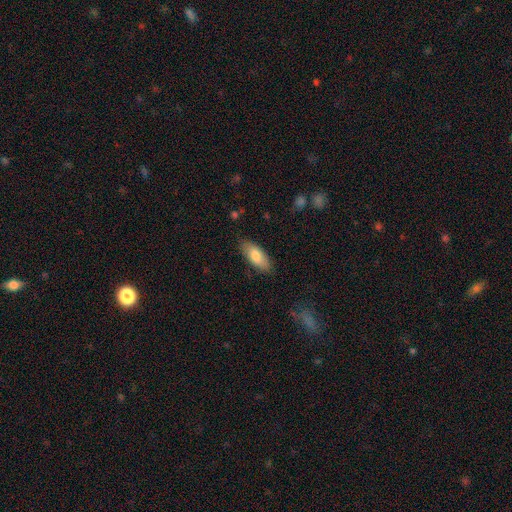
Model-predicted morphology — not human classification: Overall: smooth (81%). How rounded: in between (81%). Merging: none (84%).